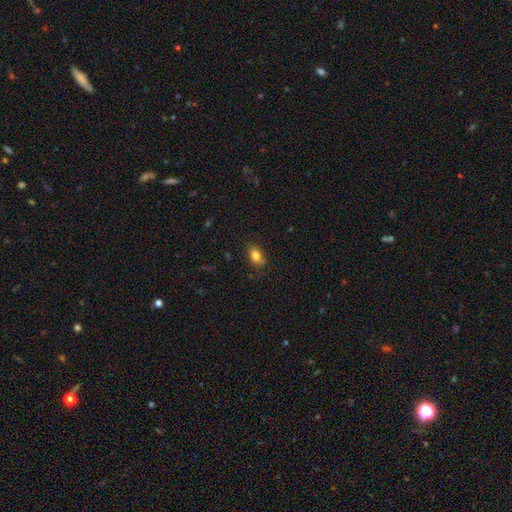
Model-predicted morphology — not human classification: smooth-or-featured: smooth: 83% | star or artifact: 9% | featured or disk: 8%
  how-rounded: in between: 81% | round: 15% | cigar-shaped: 3%
  merging: none: 82% | minor disturbance: 14% | major disturbance: 3% | merger: 1%